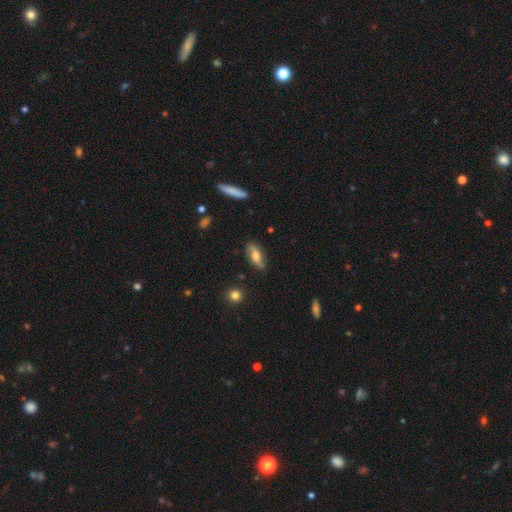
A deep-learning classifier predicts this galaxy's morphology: smooth-or-featured: featured or disk: 49% | smooth: 43% | star or artifact: 8%
  merging: none: 78% | minor disturbance: 16% | major disturbance: 4% | merger: 2%